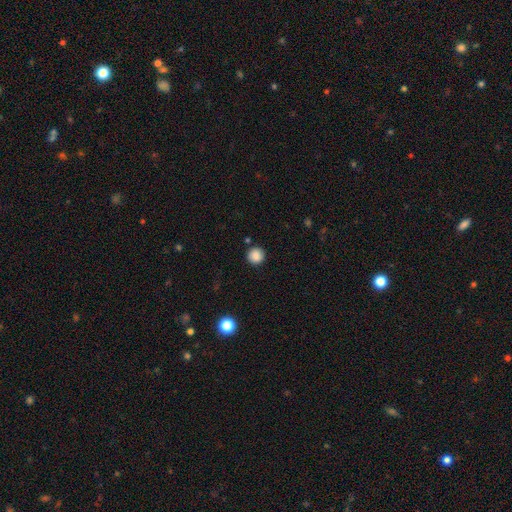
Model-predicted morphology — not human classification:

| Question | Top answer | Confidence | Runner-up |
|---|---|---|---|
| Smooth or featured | smooth | 87% | star or artifact (10%) |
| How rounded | round | 95% | in between (5%) |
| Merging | none | 90% | minor disturbance (6%) |